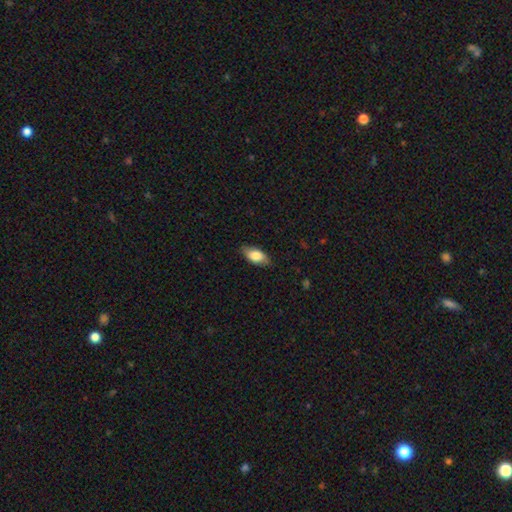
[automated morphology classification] Smooth or featured? smooth (79%)
How rounded? in between (89%)
Merging? none (83%)